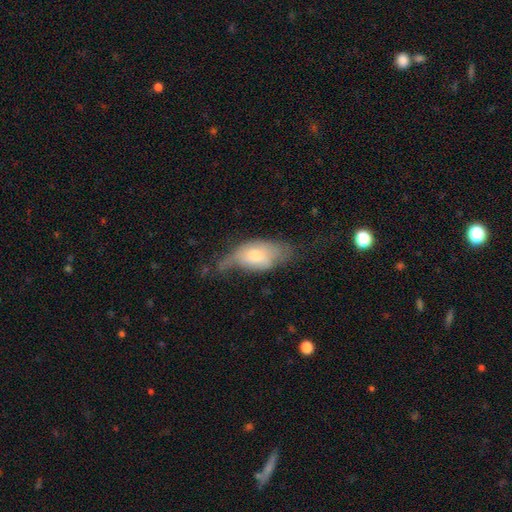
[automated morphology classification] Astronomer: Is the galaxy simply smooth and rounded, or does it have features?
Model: smooth — 62%.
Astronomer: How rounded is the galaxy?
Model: in between — 90%.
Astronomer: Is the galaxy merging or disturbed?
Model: minor disturbance — 37% (runner-up: major disturbance, 33%).